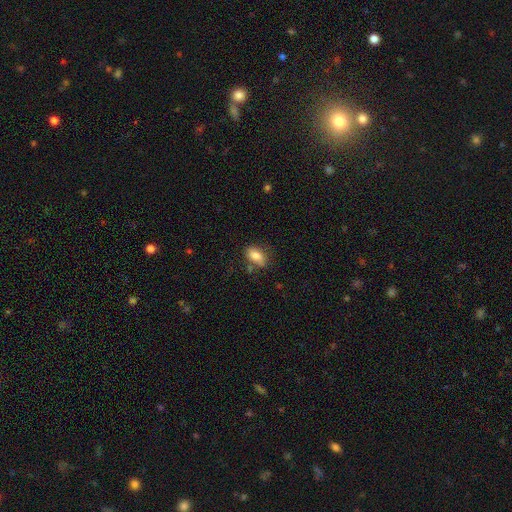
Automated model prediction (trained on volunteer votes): A smooth galaxy with no disk features (79%) that is in between round and cigar-shaped (87%).

Vote fractions:
- Smooth or featured? smooth: 79% / featured or disk: 13% / star or artifact: 8%
- How rounded? in between: 87% / round: 9% / cigar-shaped: 4%
- Merging? none: 63% / minor disturbance: 22% / merger: 8% / major disturbance: 6%